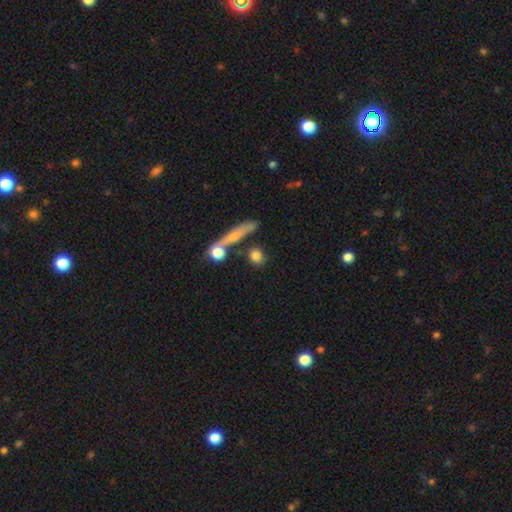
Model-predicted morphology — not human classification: A smooth galaxy with no disk features (76%) that is round (67%).

Vote fractions:
- Smooth or featured? smooth: 76% / featured or disk: 14% / star or artifact: 9%
- How rounded? round: 67% / in between: 21% / cigar-shaped: 12%
- Merging? none: 69% / merger: 16% / minor disturbance: 11% / major disturbance: 5%